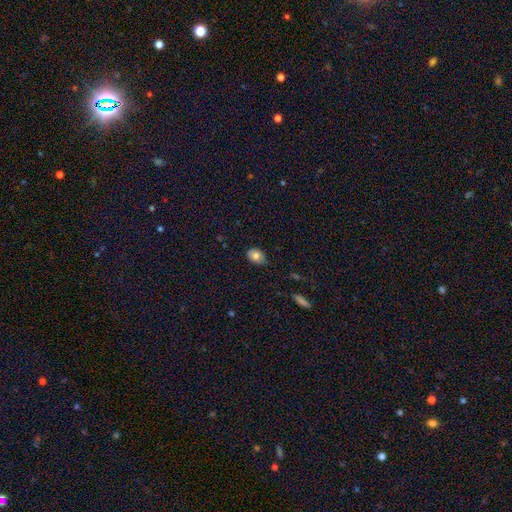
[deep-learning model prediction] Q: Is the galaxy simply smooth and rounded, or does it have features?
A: smooth — 79%.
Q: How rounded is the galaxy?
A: in between — 75%.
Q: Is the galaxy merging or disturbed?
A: none — 75%.